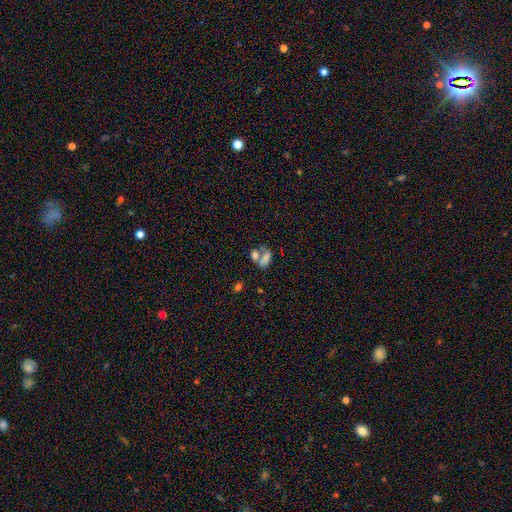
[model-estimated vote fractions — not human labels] Smooth or featured: smooth — 71% (featured or disk — 16%)
How rounded: in between — 76% (round — 19%)
Merging: merger — 56% (none — 26%)